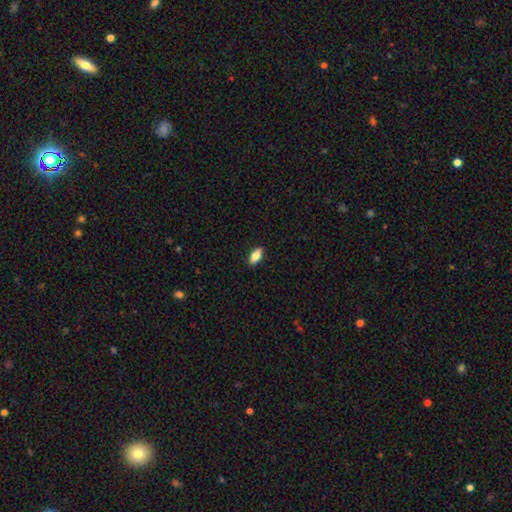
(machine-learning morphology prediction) A smooth galaxy with no disk features (81%) that is in between round and cigar-shaped (85%).

Vote fractions:
- Smooth or featured? smooth: 81% / featured or disk: 12% / star or artifact: 7%
- How rounded? in between: 85% / cigar-shaped: 12% / round: 3%
- Merging? none: 89% / minor disturbance: 8% / major disturbance: 2% / merger: 1%